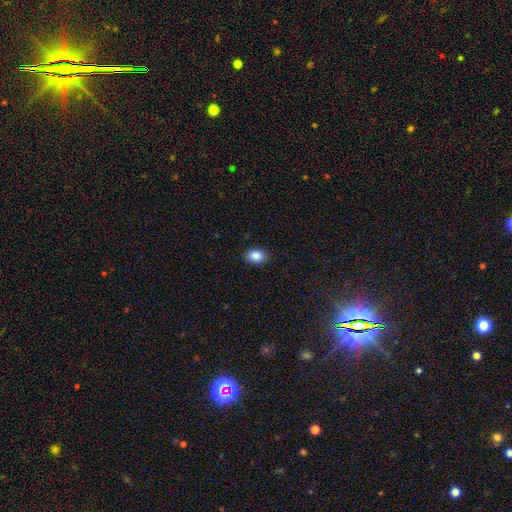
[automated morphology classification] smooth 88%, star or artifact 8%, featured or disk 4%. Down the decision tree: how rounded — in between (82%); merging — none (90%).